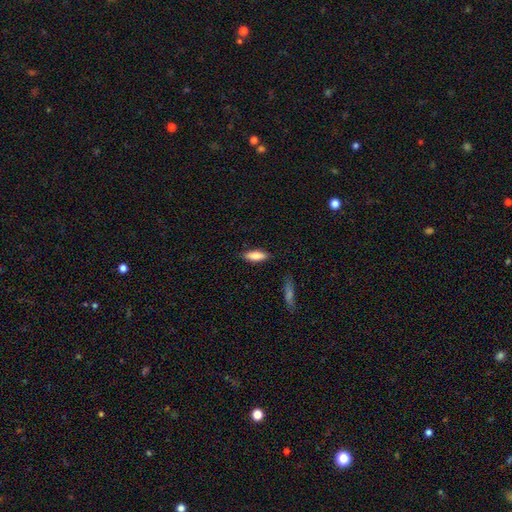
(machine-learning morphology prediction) Smooth or featured? smooth (81%)
How rounded? in between (61%)
Merging? none (86%)